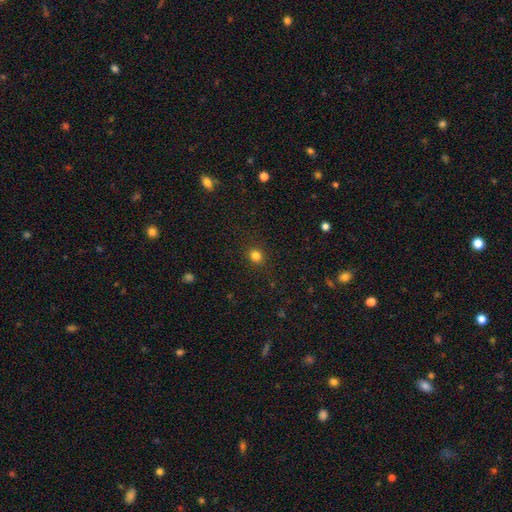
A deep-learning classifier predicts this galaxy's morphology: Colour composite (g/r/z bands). It shows a smooth galaxy with no disk features (82%) that is round (74%). Merging: none (89%).